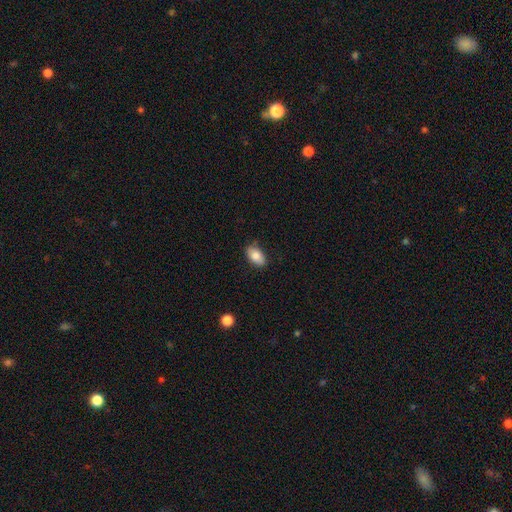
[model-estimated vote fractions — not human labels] Smooth or featured?
  - smooth: 81% *
  - featured or disk: 11%
  - star or artifact: 8%
How rounded?
  - in between: 91% *
  - round: 7%
  - cigar-shaped: 2%
Merging?
  - none: 82% *
  - minor disturbance: 15%
  - major disturbance: 2%
  - merger: 1%